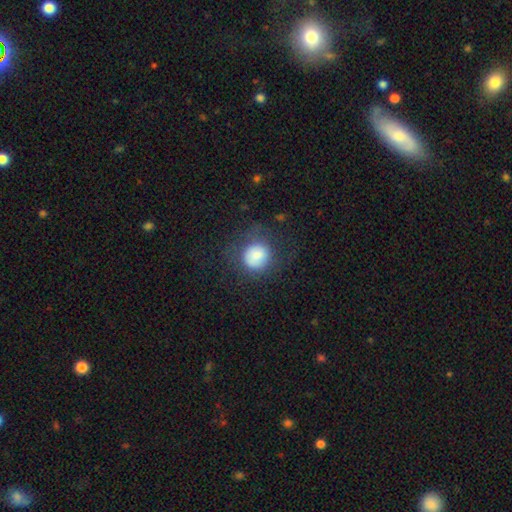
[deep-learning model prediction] smooth_or_featured: smooth (p=0.78) [alt: featured or disk p=0.13]
how_rounded: round (p=0.87) [alt: in between p=0.12]
merging: none (p=0.63) [alt: minor disturbance p=0.19]